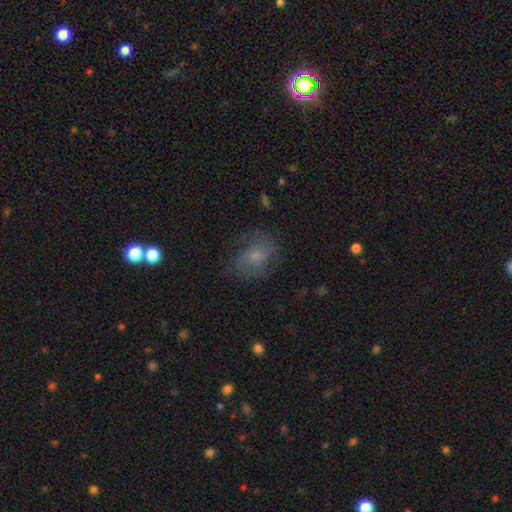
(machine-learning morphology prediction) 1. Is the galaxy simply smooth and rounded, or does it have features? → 51% smooth, 37% featured or disk, 12% star or artifact.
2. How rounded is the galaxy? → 59% in between, 40% round, 2% cigar-shaped.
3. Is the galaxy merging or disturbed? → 66% none, 20% minor disturbance, 12% major disturbance, 1% merger.